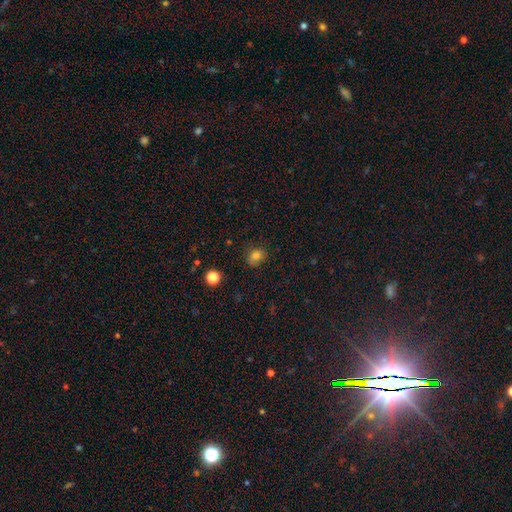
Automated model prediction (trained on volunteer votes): The model was most divided on "how rounded": round: 53%, in between: 46%, cigar-shaped: 1%. More confident: smooth or featured — smooth (81%); merging — none (77%).